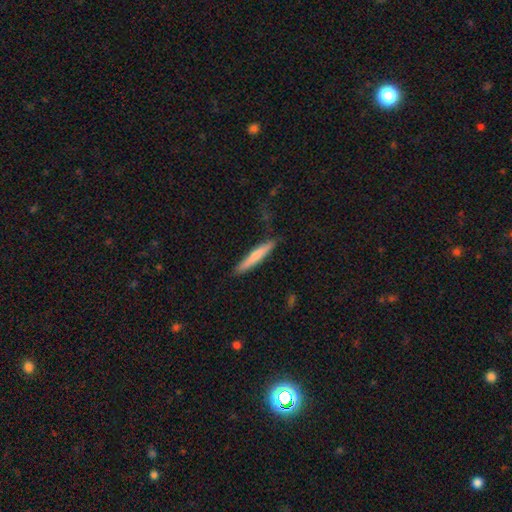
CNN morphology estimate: smooth 68%, featured or disk 26%, star or artifact 5%. Down the decision tree: how rounded — cigar-shaped (94%); merging — none (85%).